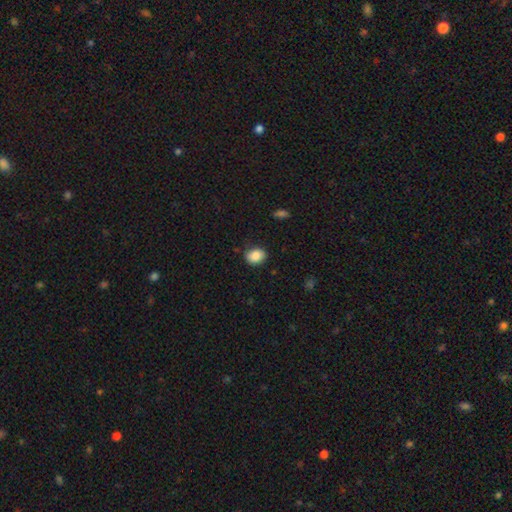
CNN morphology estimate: smooth-or-featured: smooth: 86% | star or artifact: 8% | featured or disk: 6%
  how-rounded: in between: 50% | round: 49% | cigar-shaped: 1%
  merging: none: 81% | minor disturbance: 15% | major disturbance: 3% | merger: 1%